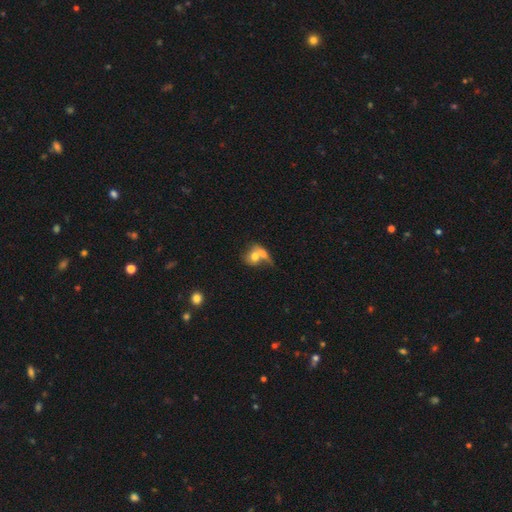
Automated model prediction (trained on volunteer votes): smooth-or-featured: smooth: 65% | featured or disk: 27% | star or artifact: 8%
  how-rounded: round: 49% | in between: 47% | cigar-shaped: 4%
  merging: merger: 67% | none: 19% | major disturbance: 7% | minor disturbance: 7%